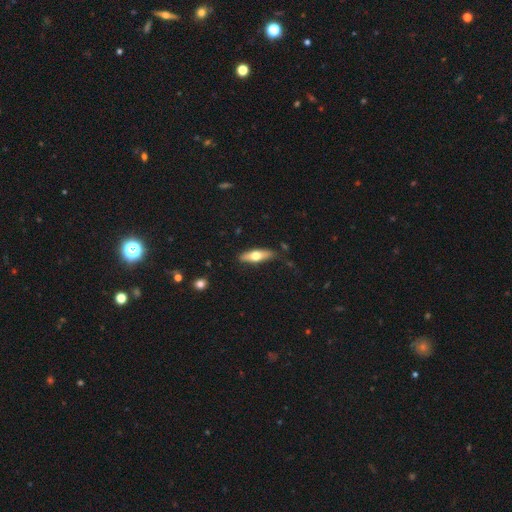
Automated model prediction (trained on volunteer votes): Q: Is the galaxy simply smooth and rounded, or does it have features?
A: smooth — 54%.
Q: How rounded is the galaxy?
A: cigar-shaped — 52%.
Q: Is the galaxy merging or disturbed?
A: none — 84%.